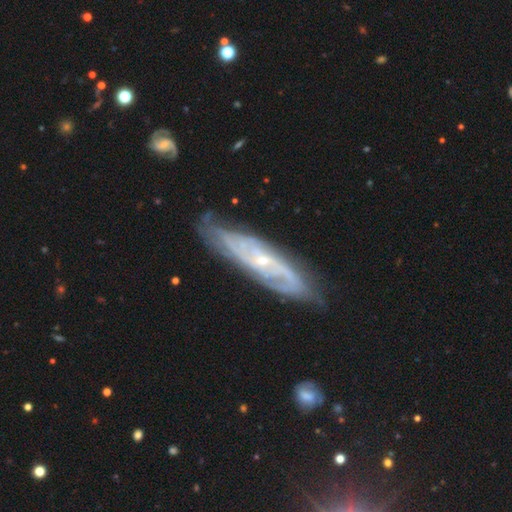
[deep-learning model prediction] Smooth or featured?
  - featured or disk: 84% *
  - smooth: 10%
  - star or artifact: 6%
Edge-on disk?
  - no: 78% *
  - yes: 22%
Bar?
  - no: 61% *
  - weak: 30%
  - strong: 9%
Spiral arms?
  - yes: 94% *
  - no: 6%
Spiral winding?
  - tight: 55% *
  - medium: 35%
  - loose: 11%
Spiral arm count?
  - can't tell: 37% *
  - 2: 33%
  - 3: 13%
  - 4: 7%
  - more than 4: 5%
  - 1: 5%
Bulge size?
  - small: 77% *
  - moderate: 19%
  - none: 2%
  - large: 1%
  - dominant: 1%
Merging?
  - none: 76% *
  - minor disturbance: 18%
  - major disturbance: 4%
  - merger: 2%